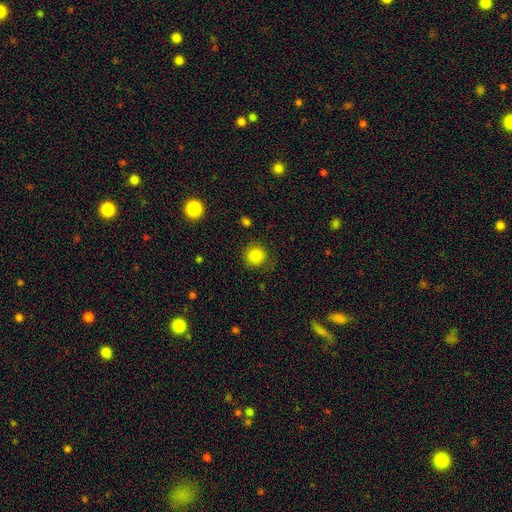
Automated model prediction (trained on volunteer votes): A smooth galaxy with no disk features (86%) that is round (92%). Merging: none (81%).